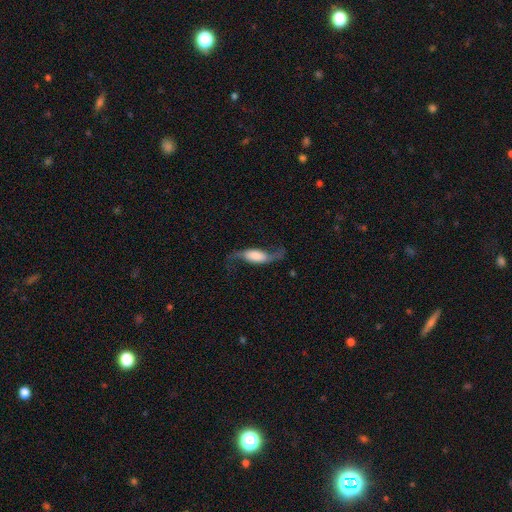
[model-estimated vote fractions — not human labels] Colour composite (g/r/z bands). It shows a featured or disk galaxy (74%) with no bar (49%), 2 (93%) loose (91%) spiral arms (94%) and a large central bulge (31%). Merging: none (66%).